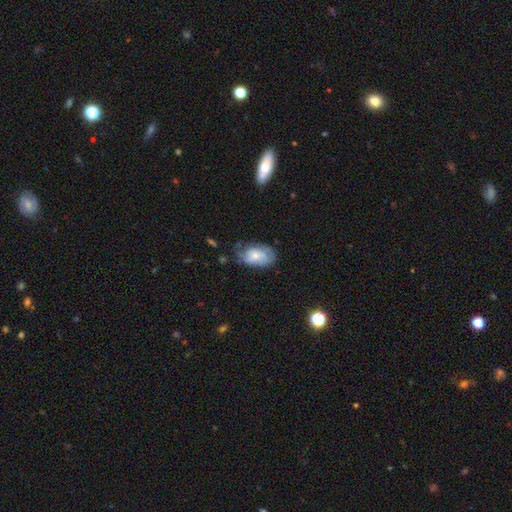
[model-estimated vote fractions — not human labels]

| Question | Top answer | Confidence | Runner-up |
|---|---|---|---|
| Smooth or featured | smooth | 52% | featured or disk (40%) |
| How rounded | in between | 89% | round (10%) |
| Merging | none | 49% | minor disturbance (32%) |